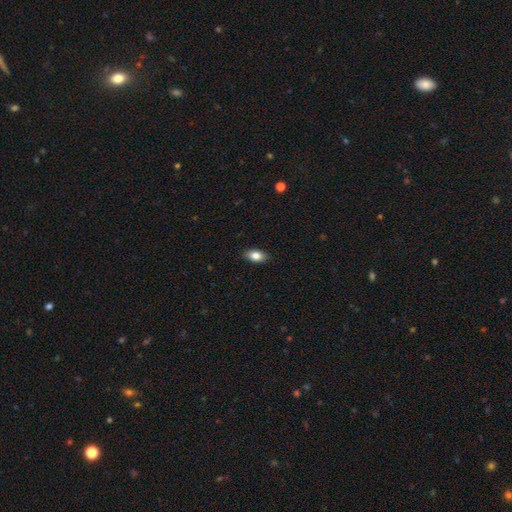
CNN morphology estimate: Smooth or featured? Predicted: smooth (p=0.83). How rounded? Predicted: in between (p=0.90). Merging? Predicted: none (p=0.89).